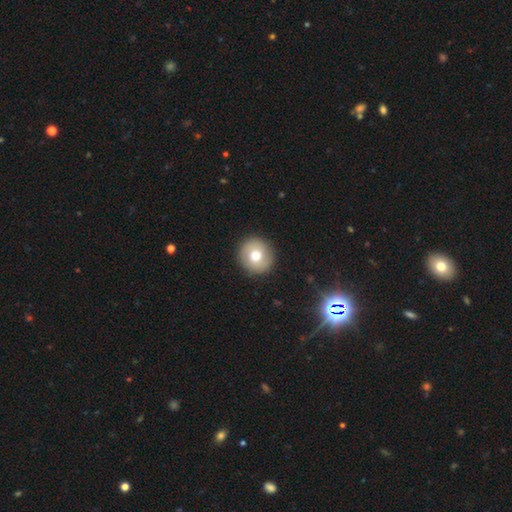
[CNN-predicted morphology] smooth-or-featured: smooth: 71% | featured or disk: 19% | star or artifact: 9%
  how-rounded: round: 94% | in between: 5% | cigar-shaped: 1%
  merging: none: 91% | minor disturbance: 6% | major disturbance: 2% | merger: 1%